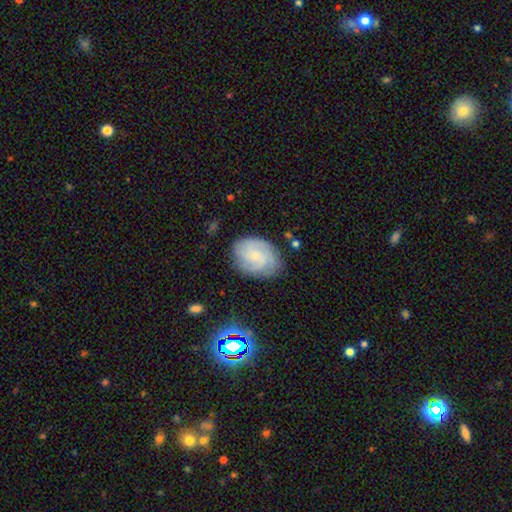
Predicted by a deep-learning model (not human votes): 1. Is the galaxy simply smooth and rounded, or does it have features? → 72% featured or disk, 21% smooth, 7% star or artifact.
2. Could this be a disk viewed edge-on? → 98% no, 2% yes.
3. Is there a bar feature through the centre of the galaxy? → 69% no, 27% weak, 4% strong.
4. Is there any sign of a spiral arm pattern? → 95% yes, 5% no.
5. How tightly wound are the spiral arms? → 58% tight, 34% medium, 9% loose.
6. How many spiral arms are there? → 33% 3, 26% can't tell, 20% 2, 11% 4, 5% 1, 5% more than 4.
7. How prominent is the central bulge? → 75% small, 18% moderate, 5% none, 1% large, 1% dominant.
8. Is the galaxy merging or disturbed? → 76% none, 18% minor disturbance, 5% major disturbance, 2% merger.